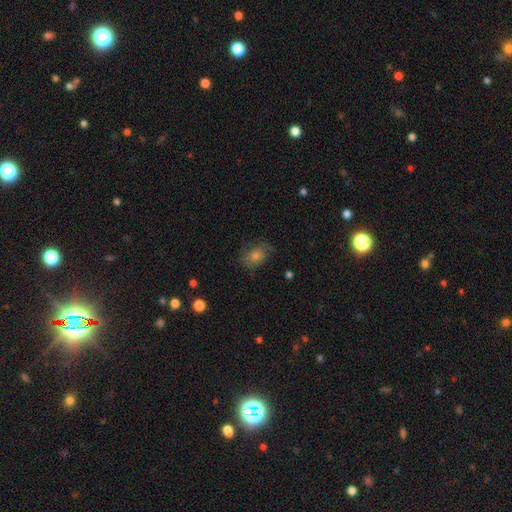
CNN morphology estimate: Smooth or featured? Predicted: smooth (p=0.50). How rounded? Predicted: in between (p=0.62). Merging? Predicted: none (p=0.70).